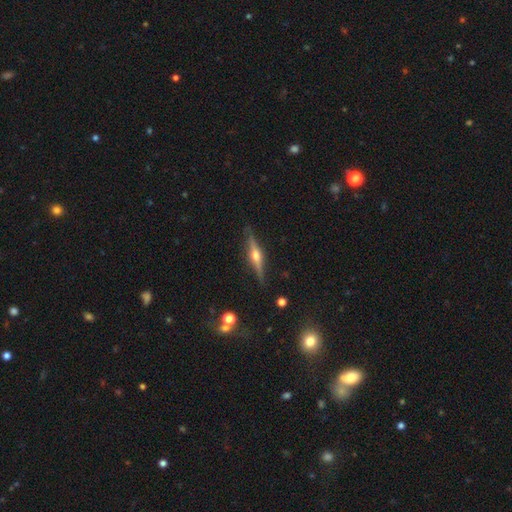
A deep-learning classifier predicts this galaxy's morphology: Smooth or featured?
  - featured or disk: 76% *
  - smooth: 18%
  - star or artifact: 6%
Edge-on disk?
  - yes: 97% *
  - no: 3%
Edge-on bulge?
  - rounded: 93% *
  - boxy: 4%
  - none: 3%
Merging?
  - none: 88% *
  - minor disturbance: 9%
  - major disturbance: 2%
  - merger: 1%